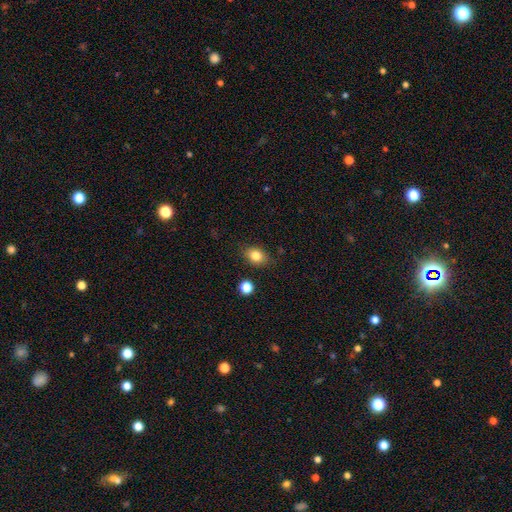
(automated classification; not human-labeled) Morphology: type=smooth (83%); roundness=in between (64%); merging=none (82%).